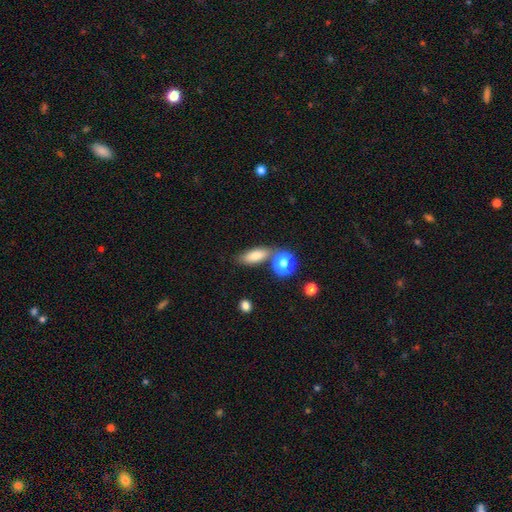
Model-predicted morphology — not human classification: A smooth galaxy with no disk features (81%) that is in between round and cigar-shaped (73%). Merging: none (64%).